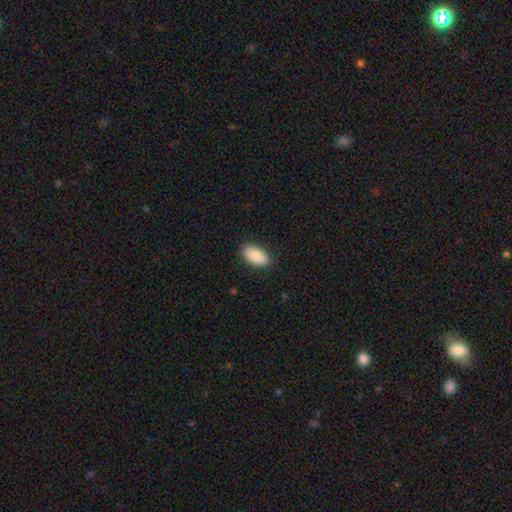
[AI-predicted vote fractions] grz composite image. It shows a smooth galaxy with no disk features (88%) that is in between round and cigar-shaped (95%). Merging: none (88%).